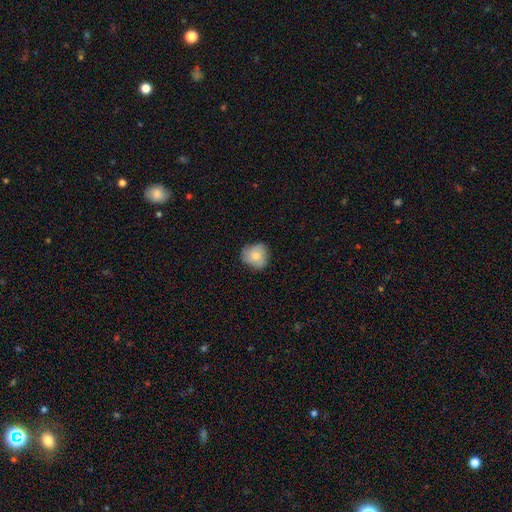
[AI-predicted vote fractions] Overall: smooth (70%). How rounded: round (81%). Merging: none (71%).